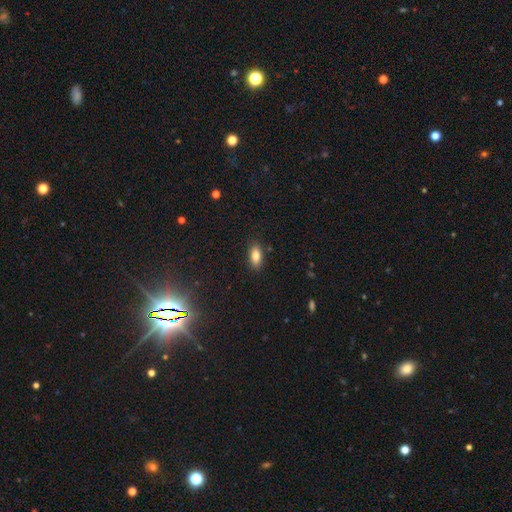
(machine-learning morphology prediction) Smooth or featured: smooth — 81% (featured or disk — 10%)
How rounded: in between — 88% (cigar-shaped — 6%)
Merging: none — 87% (minor disturbance — 10%)